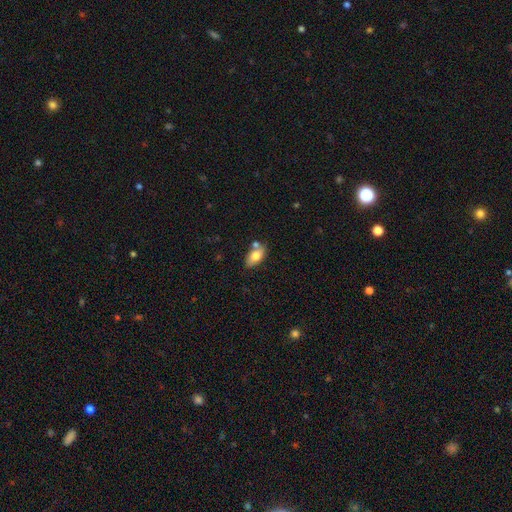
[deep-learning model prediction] This is likely a smooth galaxy (75%). How rounded: clearly in between (91%). Merging: likely none (66%).